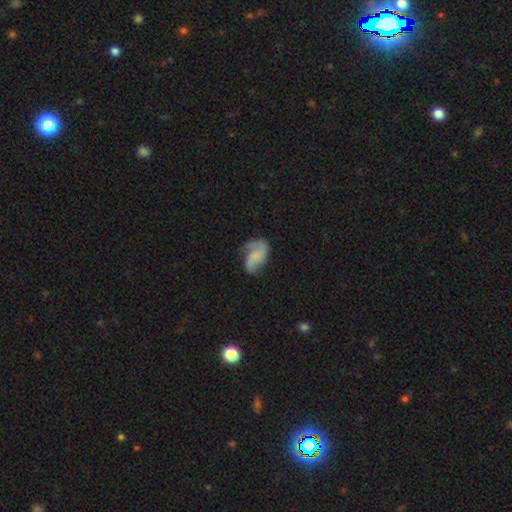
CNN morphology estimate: This is possibly a featured or disk galaxy (48%). Merging: marginally none (40%).